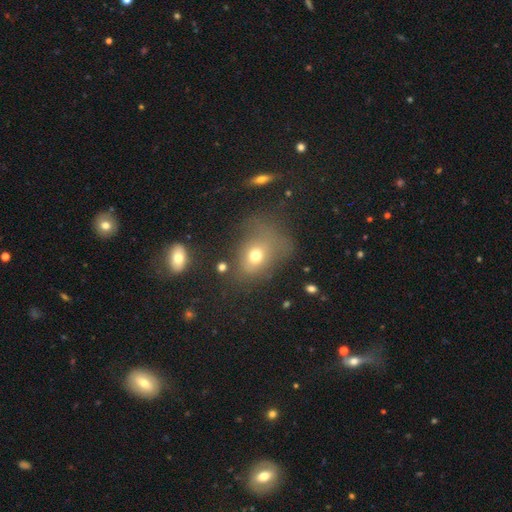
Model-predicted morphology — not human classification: A smooth galaxy with no disk features (67%) that is in between round and cigar-shaped (59%). Merging: none (40%).